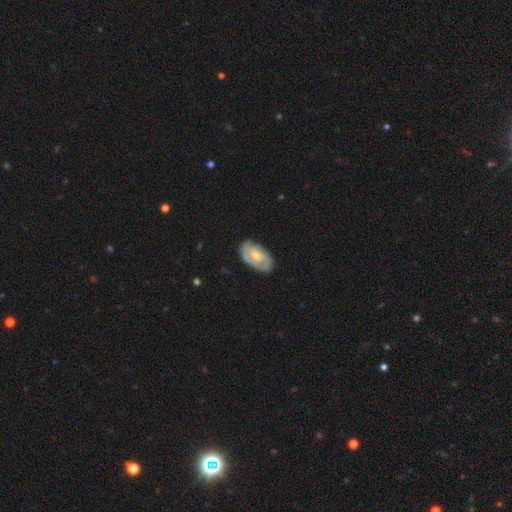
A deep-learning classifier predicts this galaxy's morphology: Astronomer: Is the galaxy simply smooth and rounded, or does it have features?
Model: featured or disk — 68%.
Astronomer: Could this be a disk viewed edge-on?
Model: no — 95%.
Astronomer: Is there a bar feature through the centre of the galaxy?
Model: no — 65%.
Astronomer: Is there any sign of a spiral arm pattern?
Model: yes — 82%.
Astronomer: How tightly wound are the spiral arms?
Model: tight — 57% (runner-up: medium, 33%).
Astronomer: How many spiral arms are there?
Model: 2 — 47% (runner-up: can't tell, 31%).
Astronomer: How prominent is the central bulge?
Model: moderate — 47% (runner-up: small, 46%).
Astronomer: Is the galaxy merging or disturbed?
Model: none — 74%.